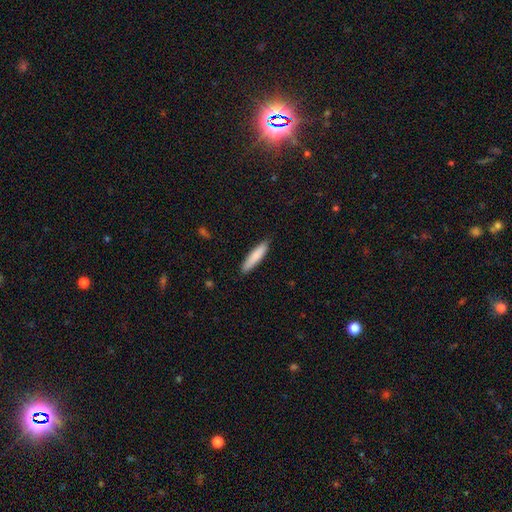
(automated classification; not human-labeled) This appears to be a smooth galaxy with no disk features (84%) that is cigar-shaped (82%). Merging: none (87%).